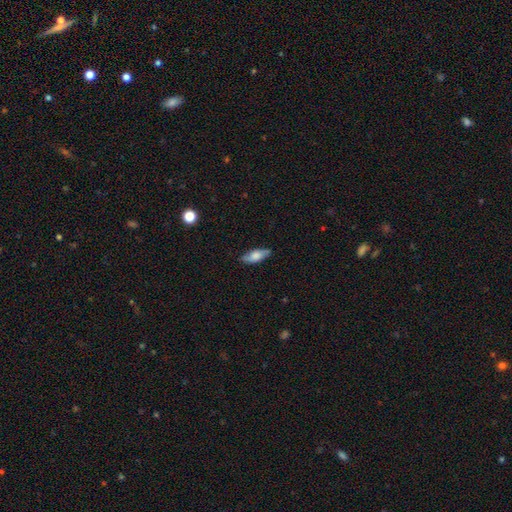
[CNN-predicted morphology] smooth-or-featured: smooth: 68% | featured or disk: 25% | star or artifact: 7%
  how-rounded: in between: 73% | cigar-shaped: 24% | round: 3%
  merging: none: 80% | minor disturbance: 16% | major disturbance: 3% | merger: 1%